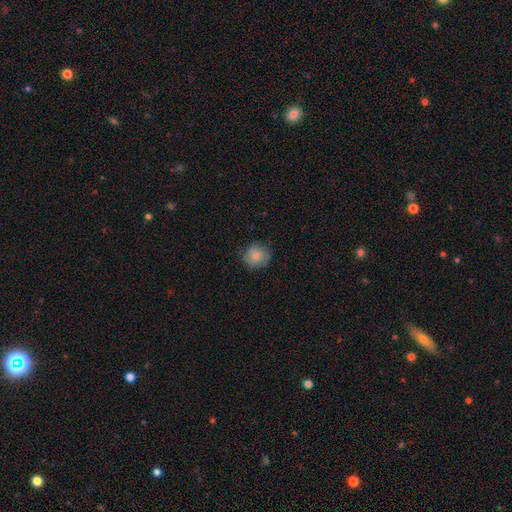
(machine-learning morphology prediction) A smooth galaxy with no disk features (75%) that is round (88%). Merging: none (74%).